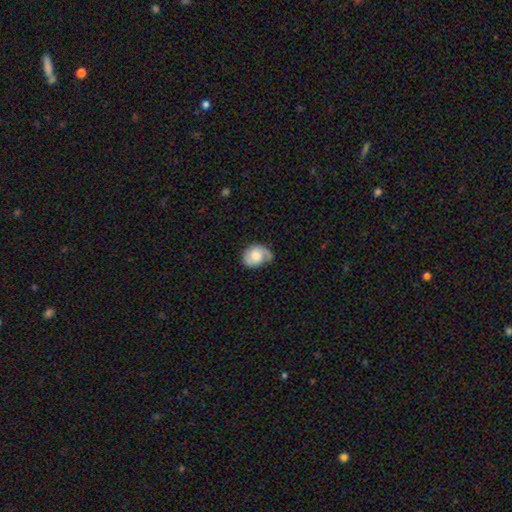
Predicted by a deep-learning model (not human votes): This appears to be a featured or disk galaxy (54%) with no bar (68%), spiral arms (88%) and a moderate central bulge (48%). Merging: none (51%).